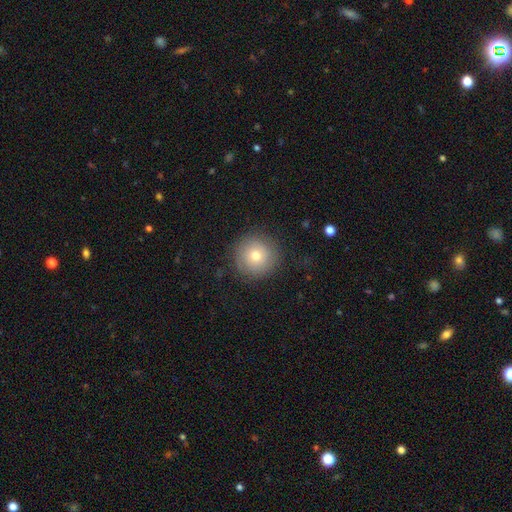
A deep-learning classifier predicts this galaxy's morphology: type=smooth (74%); roundness=round (96%); merging=none (87%).